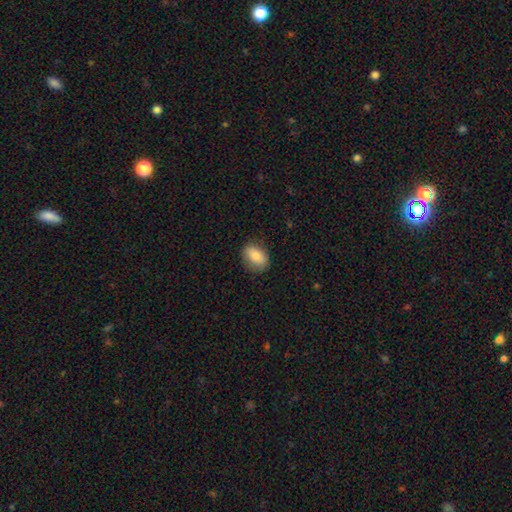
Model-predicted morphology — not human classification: A smooth galaxy with no disk features (82%) that is in between round and cigar-shaped (79%).

Vote fractions:
- Smooth or featured? smooth: 82% / featured or disk: 11% / star or artifact: 7%
- How rounded? in between: 79% / round: 19% / cigar-shaped: 2%
- Merging? none: 82% / minor disturbance: 14% / major disturbance: 3% / merger: 1%